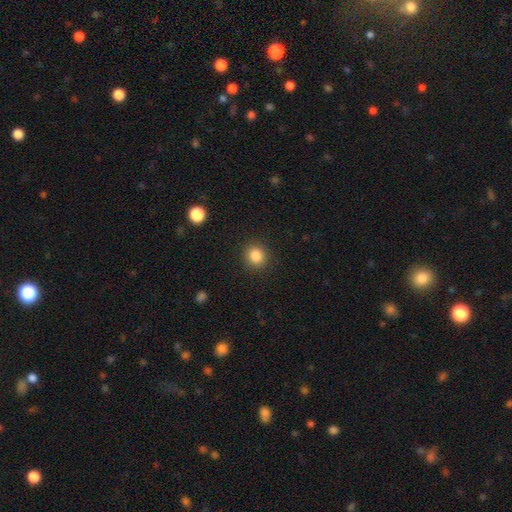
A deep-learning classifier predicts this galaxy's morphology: smooth 86%, star or artifact 11%, featured or disk 4%. Down the decision tree: how rounded — round (85%); merging — none (89%).